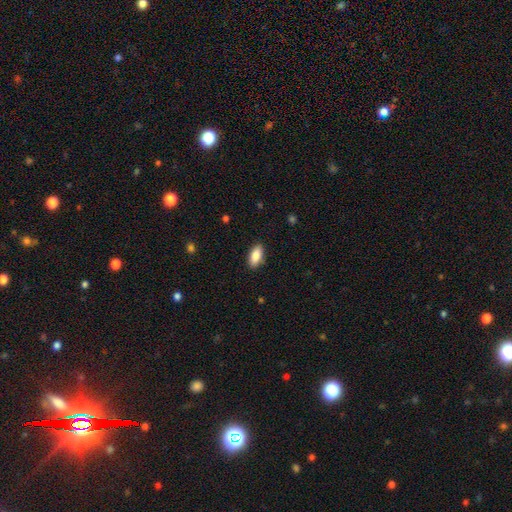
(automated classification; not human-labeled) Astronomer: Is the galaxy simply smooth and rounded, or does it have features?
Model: smooth — 85%.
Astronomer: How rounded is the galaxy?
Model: in between — 87%.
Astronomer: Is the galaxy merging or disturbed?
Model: none — 88%.